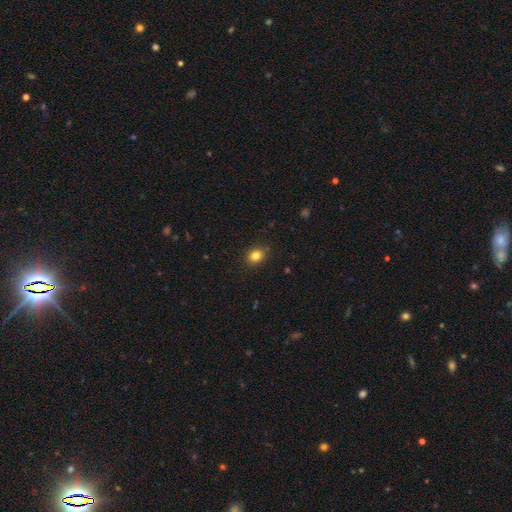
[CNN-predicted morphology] type=smooth (83%); roundness=round (56%); merging=none (89%).